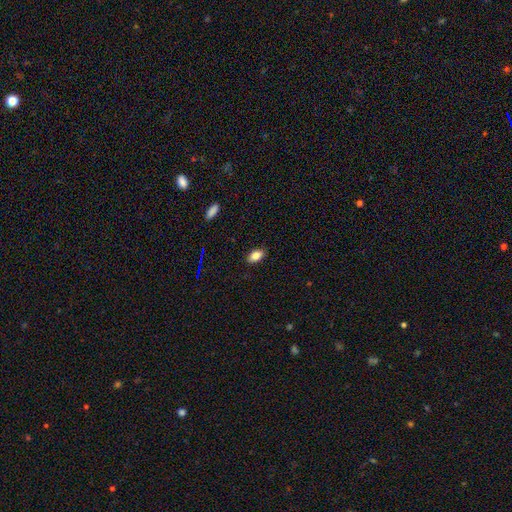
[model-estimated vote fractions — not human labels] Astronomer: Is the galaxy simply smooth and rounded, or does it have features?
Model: smooth — 83%.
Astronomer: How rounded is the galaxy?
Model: in between — 89%.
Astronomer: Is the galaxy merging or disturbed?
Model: none — 87%.